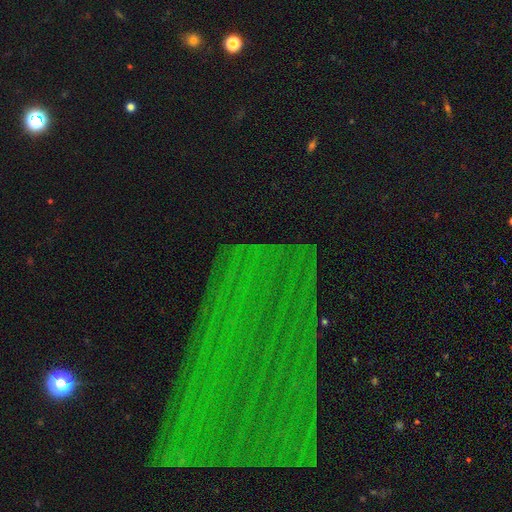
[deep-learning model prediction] Smooth or featured? Predicted: star or artifact (p=0.75).